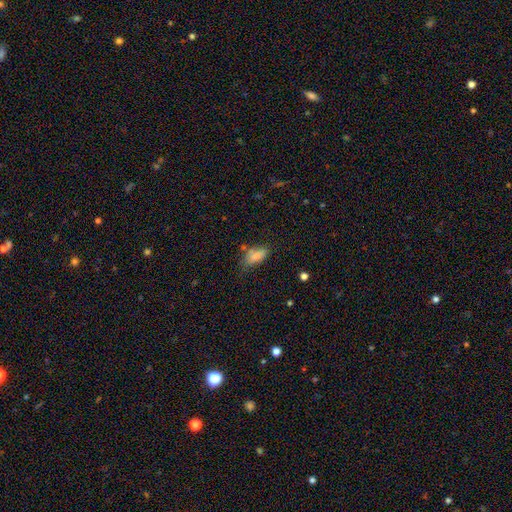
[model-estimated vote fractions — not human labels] A smooth galaxy with no disk features (79%) that is in between round and cigar-shaped (86%).

Vote fractions:
- Smooth or featured? smooth: 79% / featured or disk: 11% / star or artifact: 10%
- How rounded? in between: 86% / cigar-shaped: 9% / round: 4%
- Merging? none: 50% / minor disturbance: 31% / major disturbance: 11% / merger: 8%